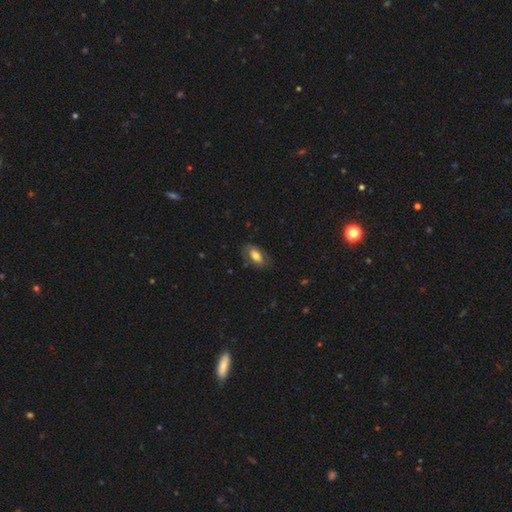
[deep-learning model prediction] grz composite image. It shows a smooth galaxy with no disk features (68%) that is in between round and cigar-shaped (89%). Merging: none (74%).